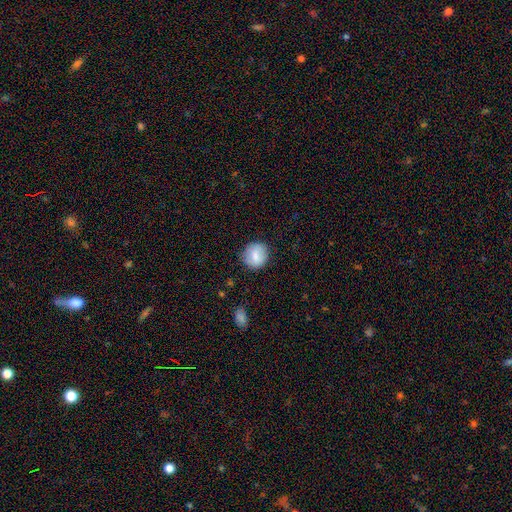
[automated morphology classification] Smooth or featured?
  - smooth: 79% *
  - featured or disk: 13%
  - star or artifact: 8%
How rounded?
  - round: 88% *
  - in between: 11%
  - cigar-shaped: 1%
Merging?
  - none: 82% *
  - minor disturbance: 13%
  - major disturbance: 3%
  - merger: 1%